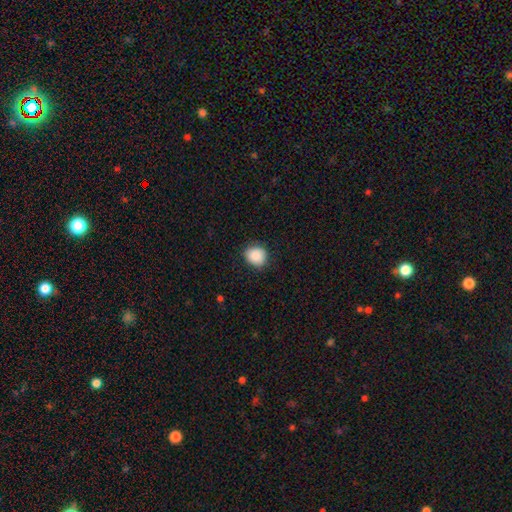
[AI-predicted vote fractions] A smooth galaxy with no disk features (87%) that is round (81%). Merging: none (83%).